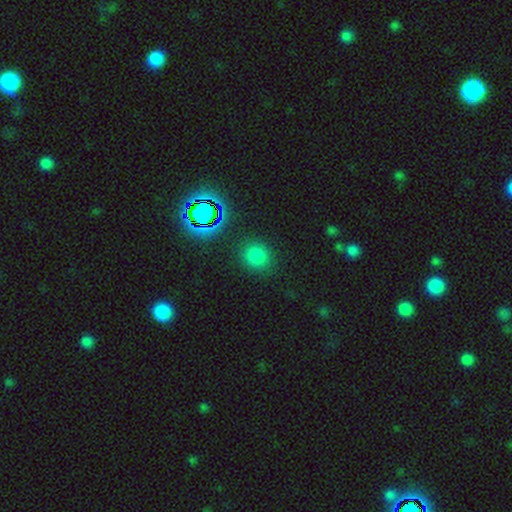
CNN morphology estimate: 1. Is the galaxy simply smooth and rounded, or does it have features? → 74% smooth, 21% star or artifact, 5% featured or disk.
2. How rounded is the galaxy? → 85% round, 14% in between, 1% cigar-shaped.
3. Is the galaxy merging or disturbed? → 87% none, 8% minor disturbance, 3% major disturbance, 2% merger.